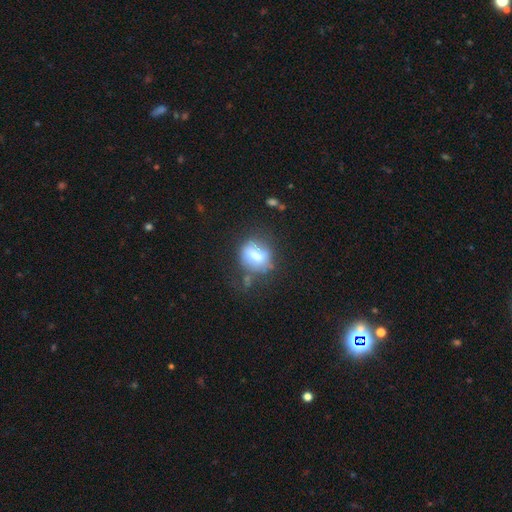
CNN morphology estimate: smooth-or-featured: smooth: 63% | featured or disk: 27% | star or artifact: 9%
  how-rounded: round: 62% | in between: 36% | cigar-shaped: 2%
  merging: none: 54% | minor disturbance: 24% | major disturbance: 13% | merger: 9%